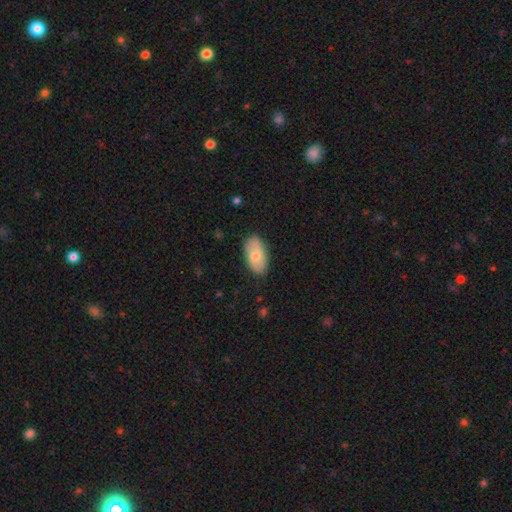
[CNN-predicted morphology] Smooth or featured? smooth (67%)
How rounded? in between (94%)
Merging? none (84%)